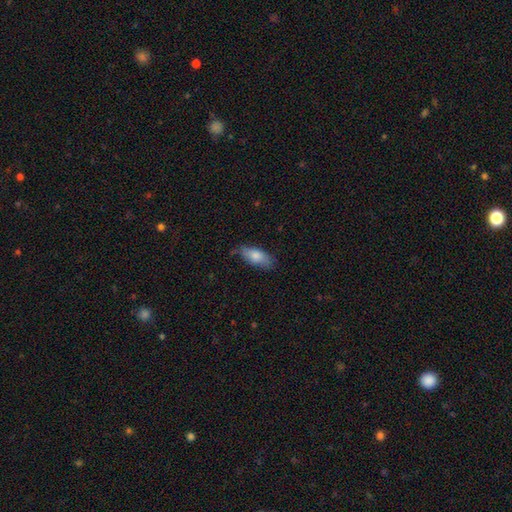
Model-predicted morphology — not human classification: Smooth or featured?
  - smooth: 78% *
  - featured or disk: 15%
  - star or artifact: 7%
How rounded?
  - in between: 81% *
  - cigar-shaped: 16%
  - round: 3%
Merging?
  - none: 68% *
  - minor disturbance: 25%
  - major disturbance: 5%
  - merger: 2%